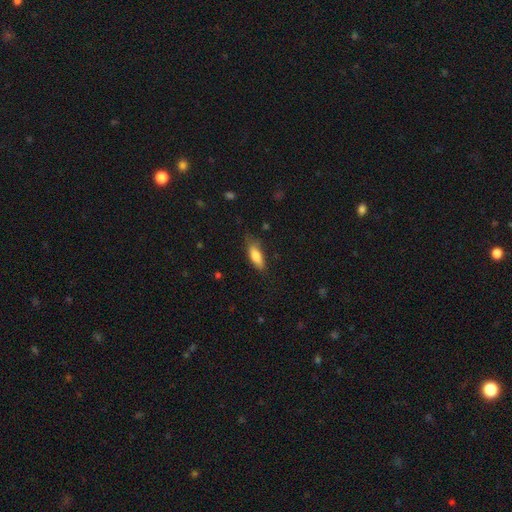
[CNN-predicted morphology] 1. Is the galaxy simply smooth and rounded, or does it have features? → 81% smooth, 12% featured or disk, 7% star or artifact.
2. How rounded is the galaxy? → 64% in between, 34% cigar-shaped, 2% round.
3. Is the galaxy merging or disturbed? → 68% none, 24% minor disturbance, 6% major disturbance, 2% merger.